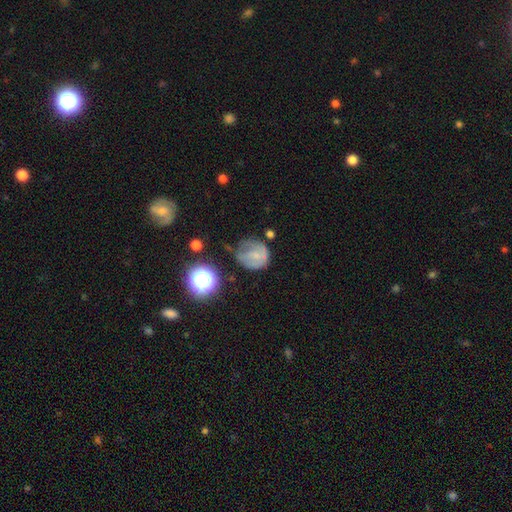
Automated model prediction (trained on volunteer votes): Smooth or featured? smooth (49%)
Merging? none (41%)